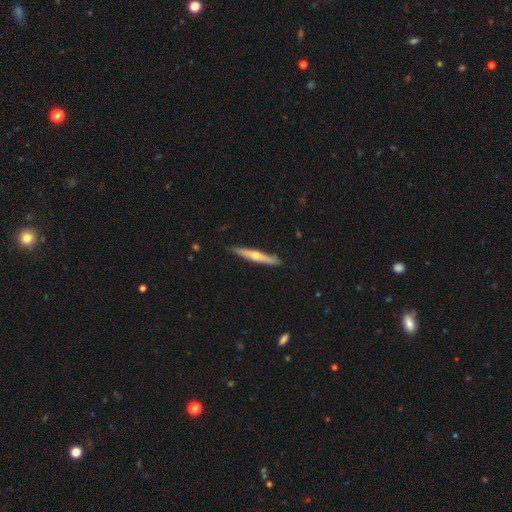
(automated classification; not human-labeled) This appears to be a featured or disk galaxy (53%) viewed edge-on (93%). Merging: none (88%).